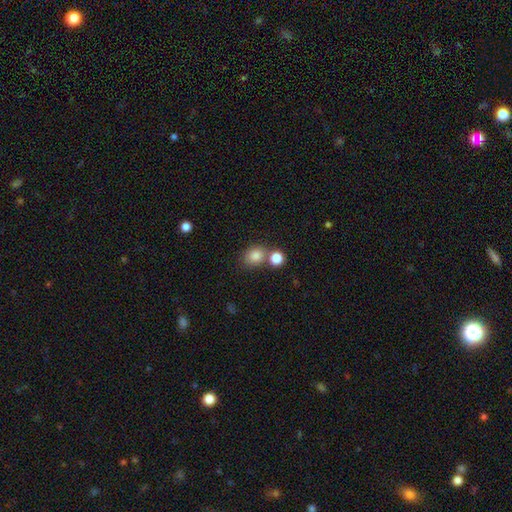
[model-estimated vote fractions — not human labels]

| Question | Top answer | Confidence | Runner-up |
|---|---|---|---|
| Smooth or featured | smooth | 83% | star or artifact (11%) |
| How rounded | round | 61% | in between (38%) |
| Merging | none | 60% | merger (25%) |